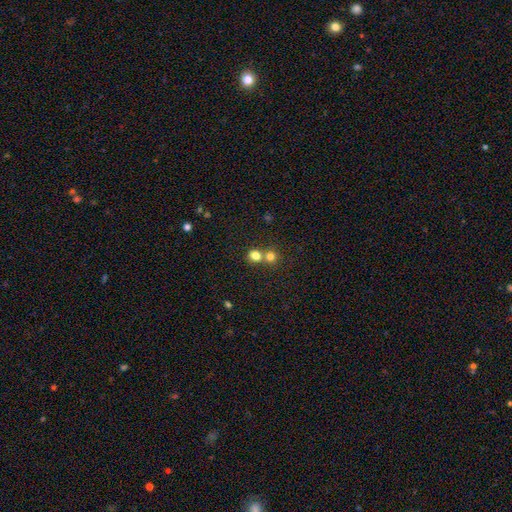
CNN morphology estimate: Q: Smooth or featured?
A: smooth (78%); runner-up: star or artifact (14%)
Q: How rounded?
A: round (80%); runner-up: in between (19%)
Q: Merging?
A: merger (46%); tied with: none (46%)